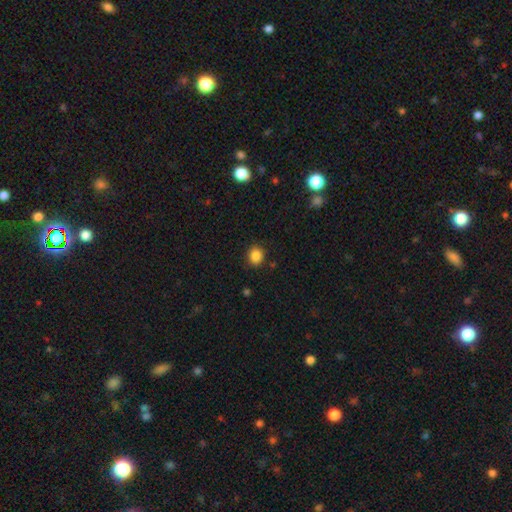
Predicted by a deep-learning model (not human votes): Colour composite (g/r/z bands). It shows a smooth galaxy with no disk features (86%) that is round (70%). Merging: none (87%).